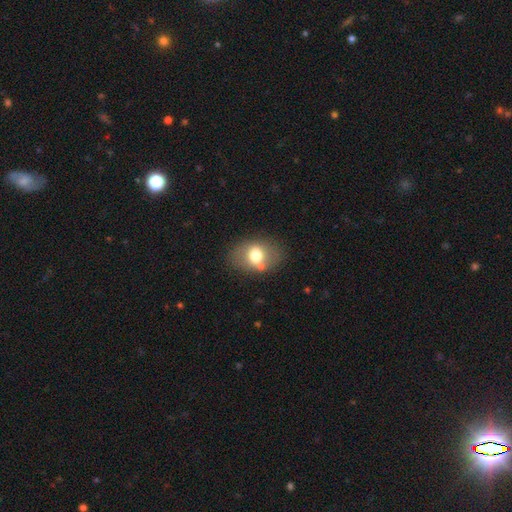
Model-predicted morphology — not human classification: This is likely a smooth galaxy (67%). How rounded: likely in between (73%). Merging: likely none (73%).